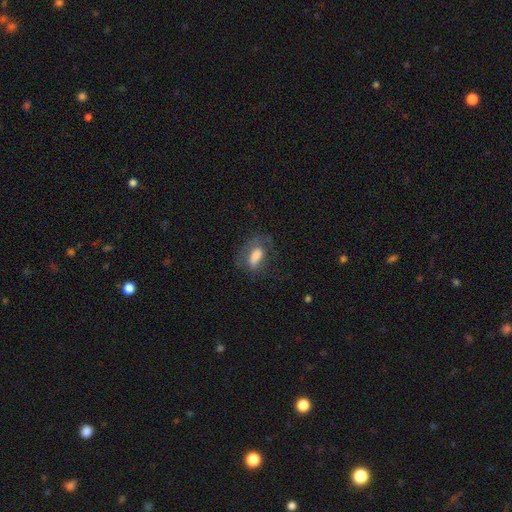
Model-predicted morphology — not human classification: Smooth or featured?
  - smooth: 69% *
  - featured or disk: 22%
  - star or artifact: 10%
How rounded?
  - in between: 84% *
  - cigar-shaped: 9%
  - round: 7%
Merging?
  - none: 49% *
  - major disturbance: 25%
  - minor disturbance: 24%
  - merger: 2%